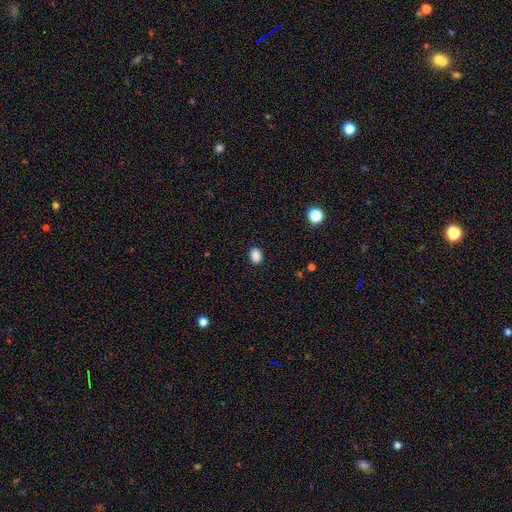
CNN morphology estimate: A smooth galaxy with no disk features (88%) that is in between round and cigar-shaped (70%).

Vote fractions:
- Smooth or featured? smooth: 88% / star or artifact: 10% / featured or disk: 3%
- How rounded? in between: 70% / round: 29% / cigar-shaped: 1%
- Merging? none: 90% / minor disturbance: 7% / major disturbance: 2% / merger: 1%